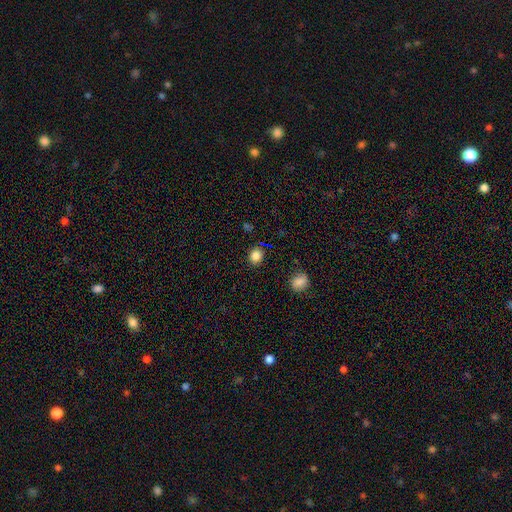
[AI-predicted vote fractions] Overall: smooth (85%). How rounded: round (73%). Merging: none (88%).